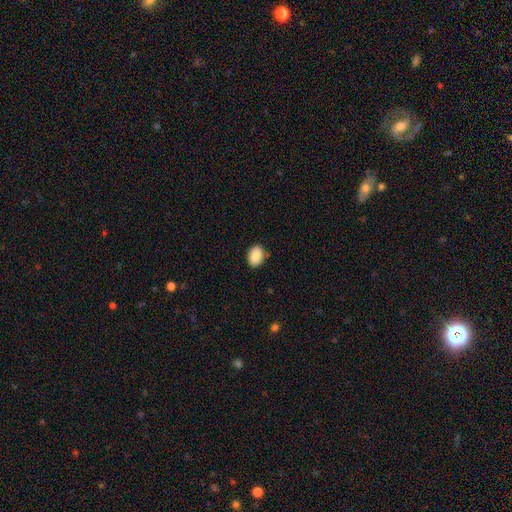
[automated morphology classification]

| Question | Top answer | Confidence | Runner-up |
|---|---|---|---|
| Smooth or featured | smooth | 87% | star or artifact (7%) |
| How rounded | in between | 79% | round (20%) |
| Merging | none | 85% | minor disturbance (11%) |